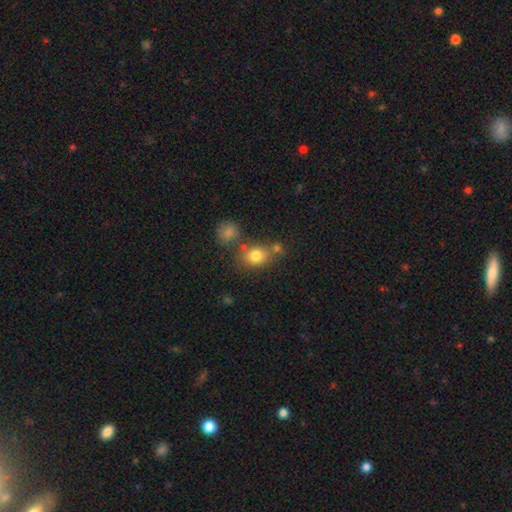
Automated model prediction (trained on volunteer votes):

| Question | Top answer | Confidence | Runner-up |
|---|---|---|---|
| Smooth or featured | smooth | 79% | star or artifact (11%) |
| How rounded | round | 50% | in between (48%) |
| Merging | none | 61% | merger (21%) |